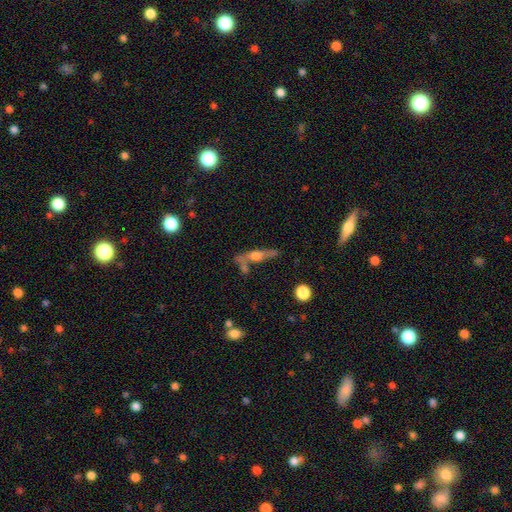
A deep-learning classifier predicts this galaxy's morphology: featured or disk 64%, smooth 25%, star or artifact 10%. Down the decision tree: edge-on disk — yes (88%); edge-on bulge — rounded (89%); merging — none (61%).